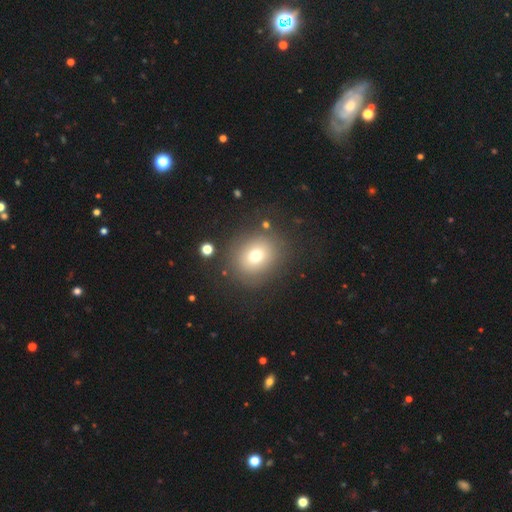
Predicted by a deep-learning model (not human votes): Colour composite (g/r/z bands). It shows a smooth galaxy with no disk features (71%) that is round (75%). Merging: none (82%).